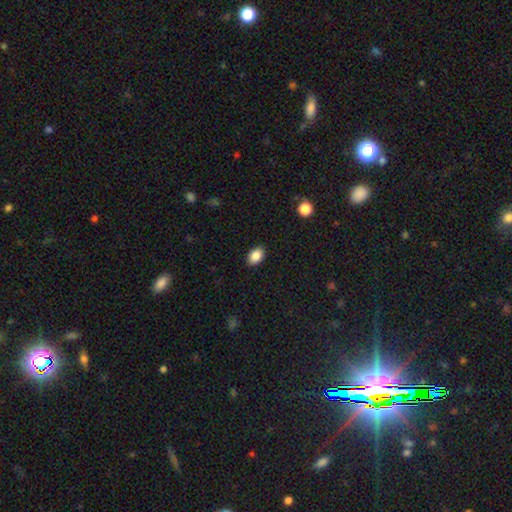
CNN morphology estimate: Smooth or featured? Predicted: smooth (p=0.88). How rounded? Predicted: in between (p=0.88). Merging? Predicted: none (p=0.89).